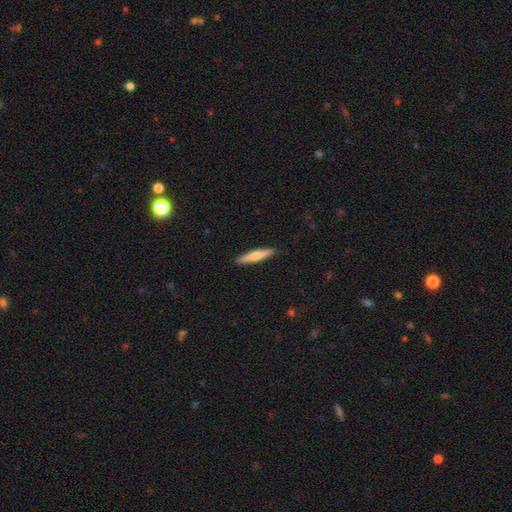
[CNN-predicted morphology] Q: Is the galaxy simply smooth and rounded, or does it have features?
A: smooth — 58%.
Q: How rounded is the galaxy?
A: cigar-shaped — 91%.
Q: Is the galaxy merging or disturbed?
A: none — 91%.